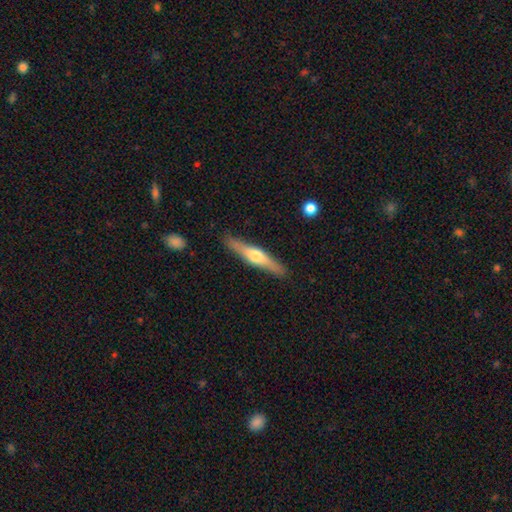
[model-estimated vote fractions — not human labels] Smooth or featured: featured or disk — 60% (smooth — 35%)
Edge-on disk: yes — 96% (no — 4%)
Edge-on bulge: rounded — 90% (boxy — 5%)
Merging: none — 89% (minor disturbance — 8%)